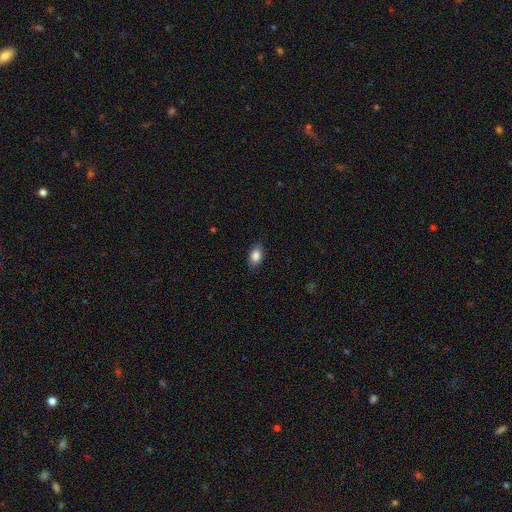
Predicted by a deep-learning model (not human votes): This appears to be a smooth galaxy with no disk features (86%) that is in between round and cigar-shaped (86%). Merging: none (83%).